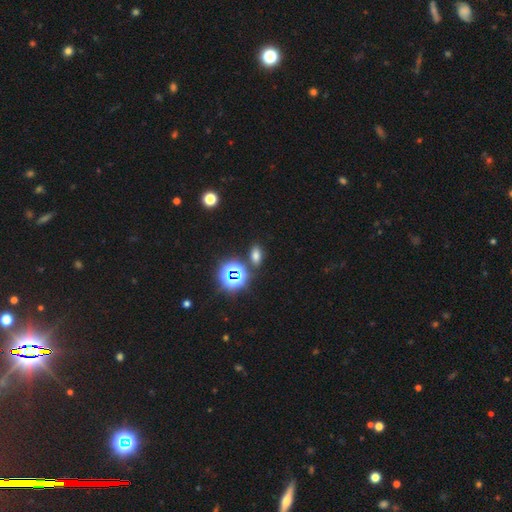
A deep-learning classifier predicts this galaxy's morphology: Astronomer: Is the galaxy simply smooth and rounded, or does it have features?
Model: smooth — 63%.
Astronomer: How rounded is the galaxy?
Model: in between — 82%.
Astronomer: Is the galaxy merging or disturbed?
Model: none — 82%.